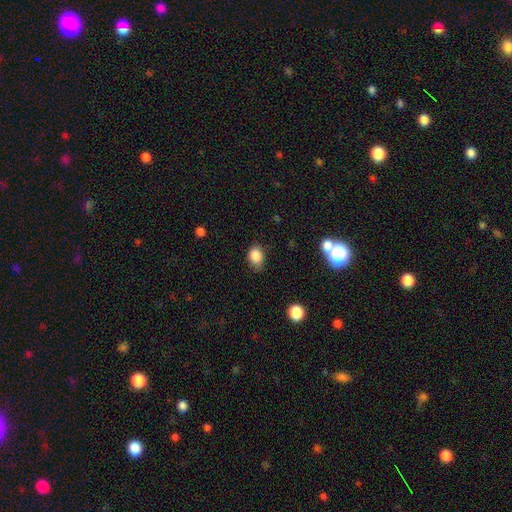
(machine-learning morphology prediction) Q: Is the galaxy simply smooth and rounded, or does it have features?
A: smooth — 85%.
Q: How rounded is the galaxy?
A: in between — 56%.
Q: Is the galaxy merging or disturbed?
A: none — 69%.